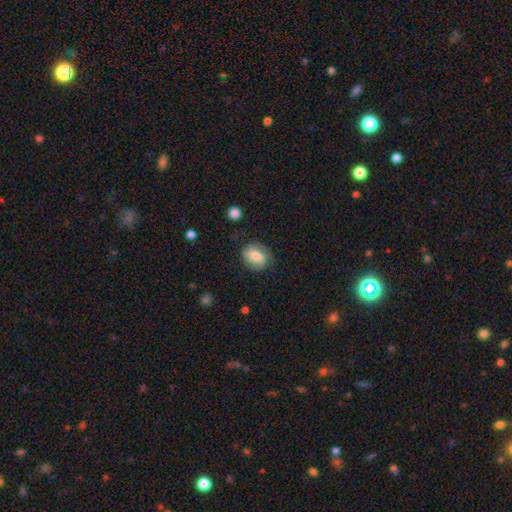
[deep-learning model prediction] Smooth or featured? smooth (64%)
How rounded? round (53%)
Merging? none (72%)